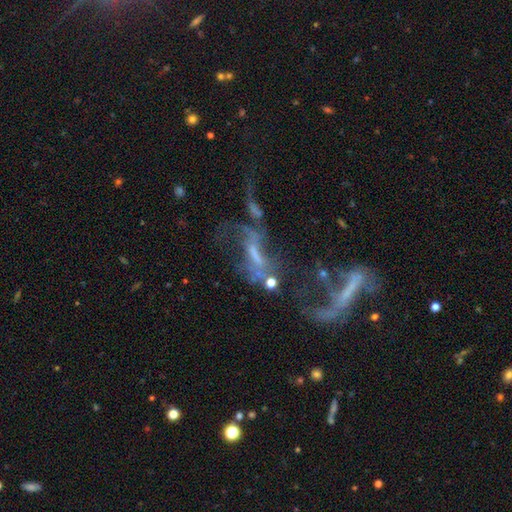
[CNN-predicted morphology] Overall: featured or disk (59%; star or artifact 23%). Edge-on disk: no (89%). Bar: no (56%; weak 24%). Spiral arms: no (62%; yes 38%). Bulge size: none (56%; small 24%). Merging: merger (44%; major disturbance 31%).